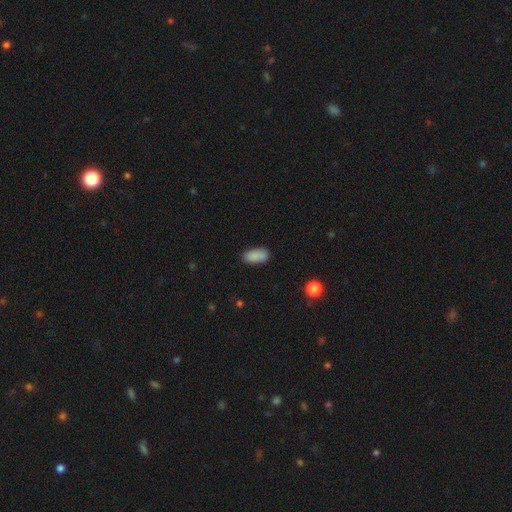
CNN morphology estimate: A smooth galaxy with no disk features (88%) that is in between round and cigar-shaped (92%).

Vote fractions:
- Smooth or featured? smooth: 88% / star or artifact: 8% / featured or disk: 4%
- How rounded? in between: 92% / cigar-shaped: 5% / round: 3%
- Merging? none: 85% / minor disturbance: 11% / major disturbance: 2% / merger: 1%